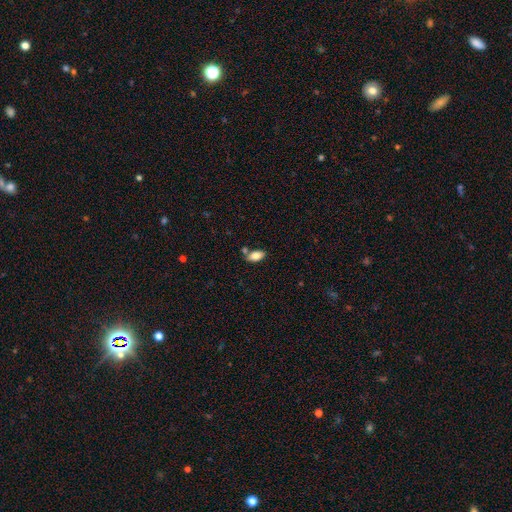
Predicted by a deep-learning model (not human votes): Morphology: type=smooth (82%); roundness=in between (92%); merging=none (69%).